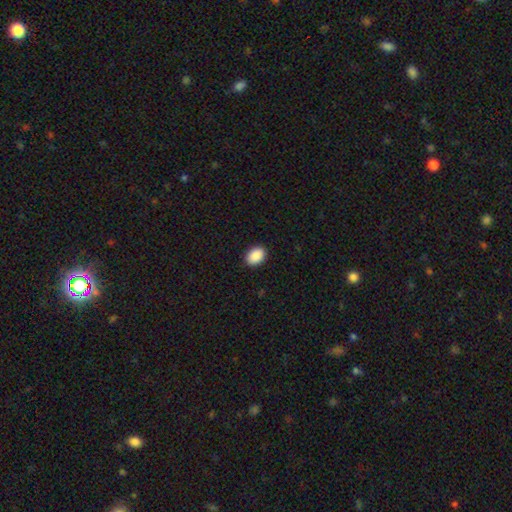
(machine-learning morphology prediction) Smooth or featured?
  - smooth: 91% *
  - star or artifact: 7%
  - featured or disk: 2%
How rounded?
  - in between: 78% *
  - round: 21%
  - cigar-shaped: 1%
Merging?
  - none: 91% *
  - minor disturbance: 7%
  - major disturbance: 2%
  - merger: 1%